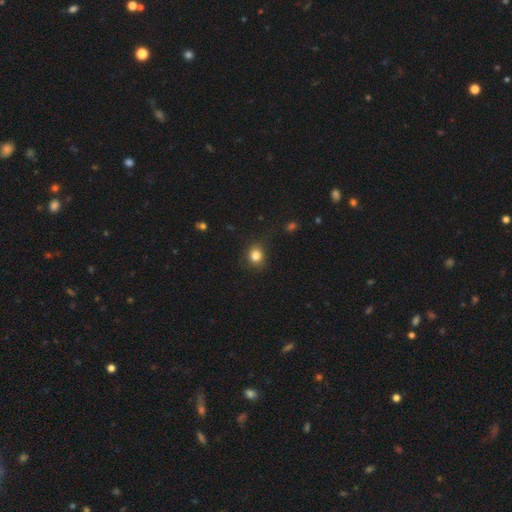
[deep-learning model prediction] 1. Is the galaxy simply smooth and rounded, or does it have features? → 83% smooth, 12% star or artifact, 5% featured or disk.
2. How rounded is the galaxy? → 75% round, 24% in between, 1% cigar-shaped.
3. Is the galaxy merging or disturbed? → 84% none, 12% minor disturbance, 3% major disturbance, 1% merger.